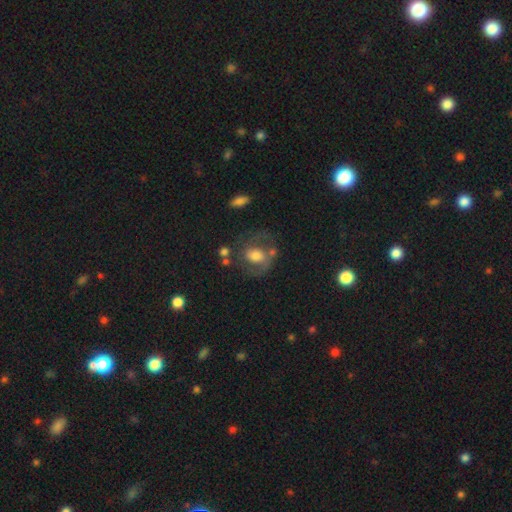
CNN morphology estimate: smooth-or-featured: featured or disk: 63% | smooth: 28% | star or artifact: 8%
  disk-edge-on: no: 97% | yes: 3%
    bar: no: 56% | weak: 34% | strong: 10%
    has-spiral-arms: yes: 80% | no: 20%
    bulge-size: moderate: 52% | large: 29% | small: 14% | none: 3% | dominant: 3%
  merging: none: 59% | minor disturbance: 19% | major disturbance: 15% | merger: 7%